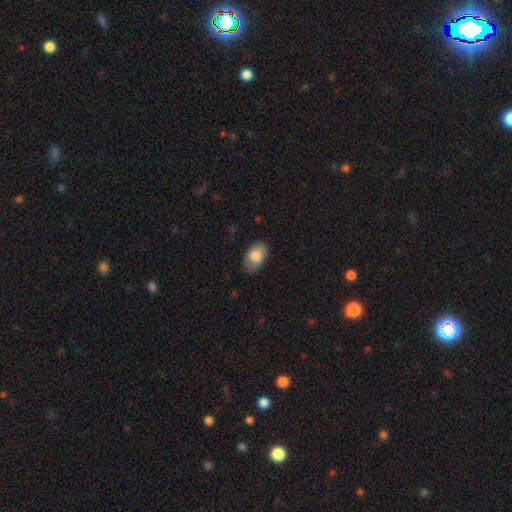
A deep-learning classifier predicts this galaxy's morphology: Q: Smooth or featured?
A: smooth (82%); runner-up: featured or disk (11%)
Q: How rounded?
A: in between (90%); runner-up: round (9%)
Q: Merging?
A: none (80%); runner-up: minor disturbance (16%)